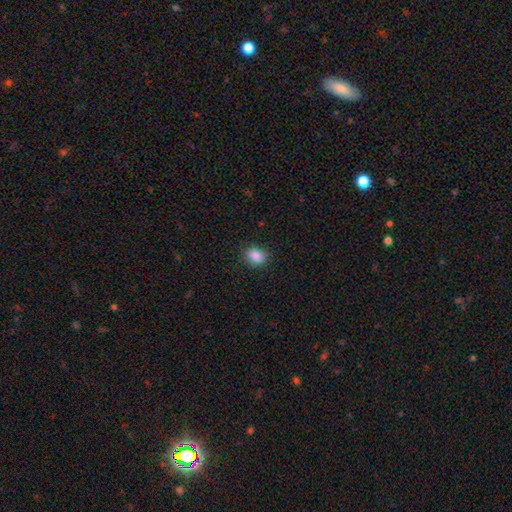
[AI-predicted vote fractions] Morphology: type=smooth (86%); roundness=in between (55%); merging=none (85%).